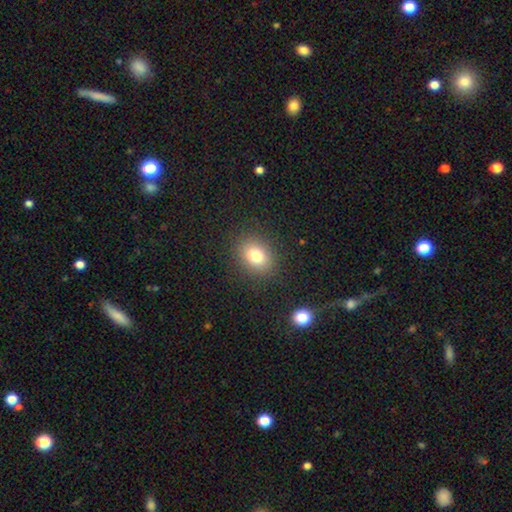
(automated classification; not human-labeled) smooth 78%, star or artifact 13%, featured or disk 10%. Down the decision tree: how rounded — round (51%); merging — none (87%).